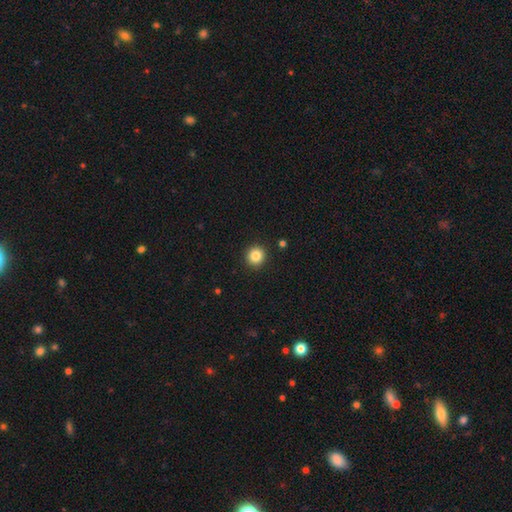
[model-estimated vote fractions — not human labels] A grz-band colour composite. It shows a smooth galaxy with no disk features (84%) that is round (93%). Merging: none (92%).